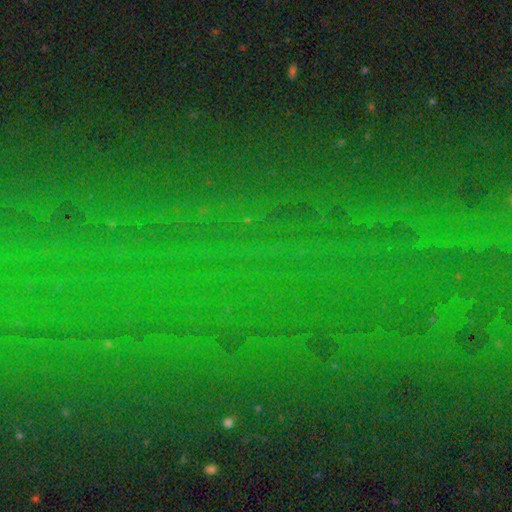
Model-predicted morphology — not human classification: A star or artifact, not a galaxy (80%).

Vote fractions:
- Smooth or featured? star or artifact: 80% / smooth: 11% / featured or disk: 9%